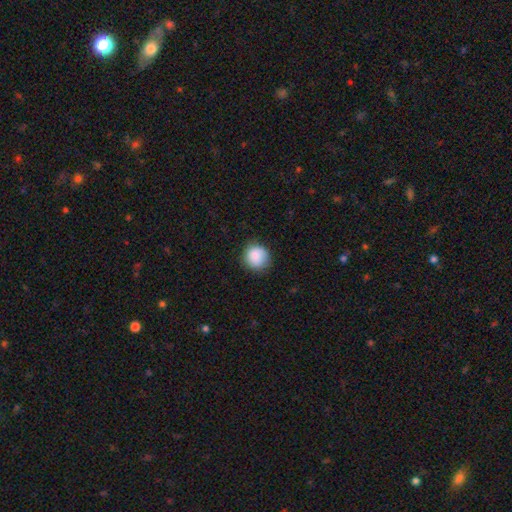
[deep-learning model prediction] Smooth or featured: smooth — 86% (star or artifact — 8%)
How rounded: round — 90% (in between — 9%)
Merging: none — 81% (minor disturbance — 15%)